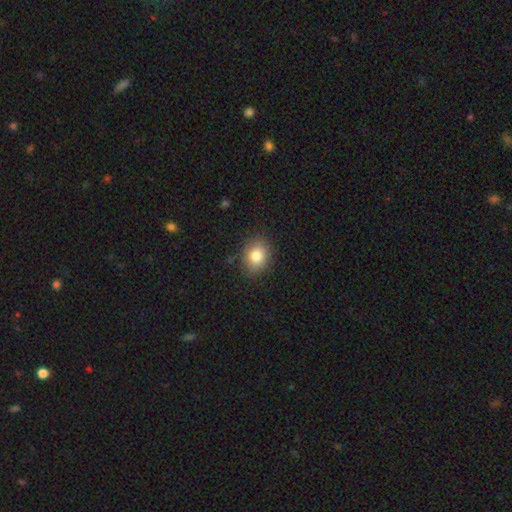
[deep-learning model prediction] Smooth or featured: smooth — 82% (star or artifact — 10%)
How rounded: in between — 53% (round — 46%)
Merging: none — 85% (minor disturbance — 11%)